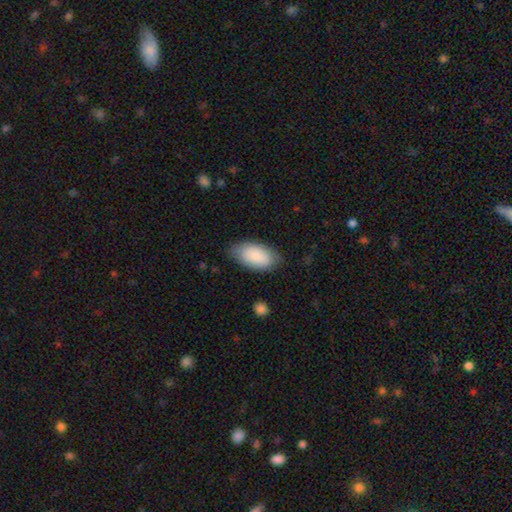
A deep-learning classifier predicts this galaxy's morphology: Smooth or featured? smooth (82%)
How rounded? in between (95%)
Merging? none (76%)